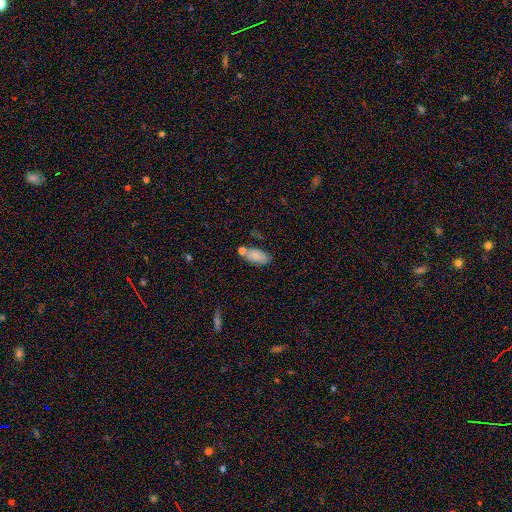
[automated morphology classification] smooth_or_featured: smooth (p=0.78) [alt: featured or disk p=0.14]
how_rounded: in between (p=0.92) [alt: cigar-shaped p=0.05]
merging: none (p=0.57) [alt: merger p=0.20]